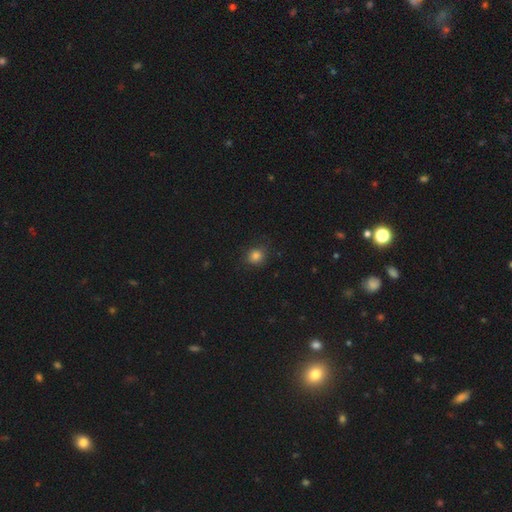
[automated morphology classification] Smooth or featured?
  - smooth: 82% *
  - star or artifact: 12%
  - featured or disk: 5%
How rounded?
  - round: 83% *
  - in between: 16%
  - cigar-shaped: 1%
Merging?
  - none: 82% *
  - minor disturbance: 13%
  - major disturbance: 4%
  - merger: 1%